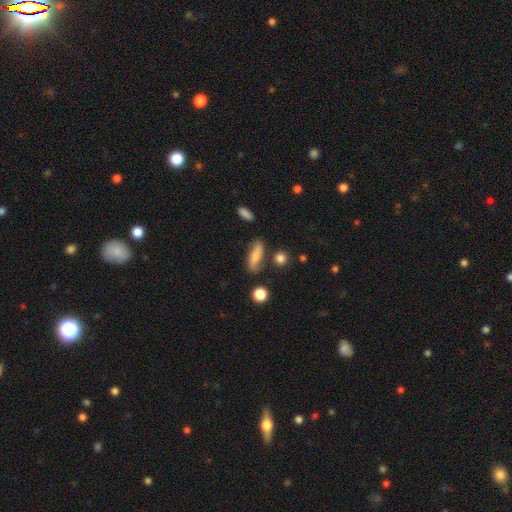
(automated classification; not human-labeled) Smooth or featured? Predicted: smooth (p=0.72). How rounded? Predicted: in between (p=0.54). Merging? Predicted: none (p=0.70).